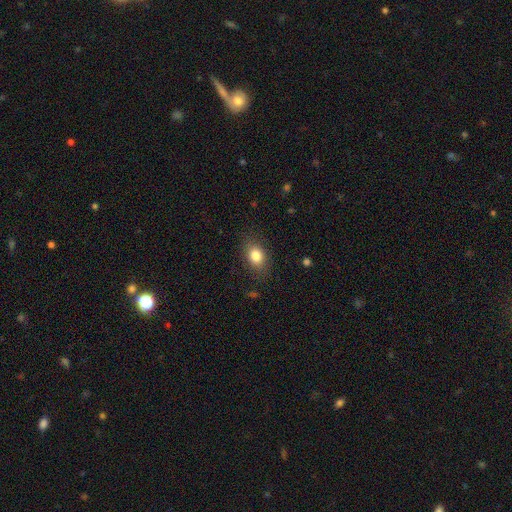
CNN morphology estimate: Smooth or featured? Predicted: smooth (p=0.82). How rounded? Predicted: in between (p=0.73). Merging? Predicted: none (p=0.82).